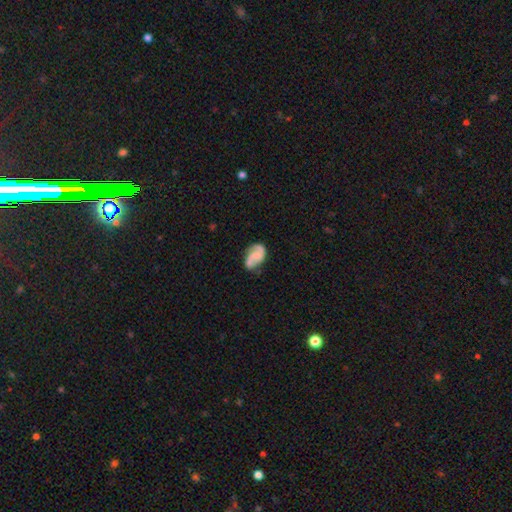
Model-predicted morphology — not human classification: featured or disk 71%, smooth 23%, star or artifact 7%. Down the decision tree: edge-on disk — no (98%); bar — no (55%); spiral arms — yes (92%); spiral arm count — 2 (87%); spiral winding — medium (43%); bulge size — none (41%); merging — none (57%).